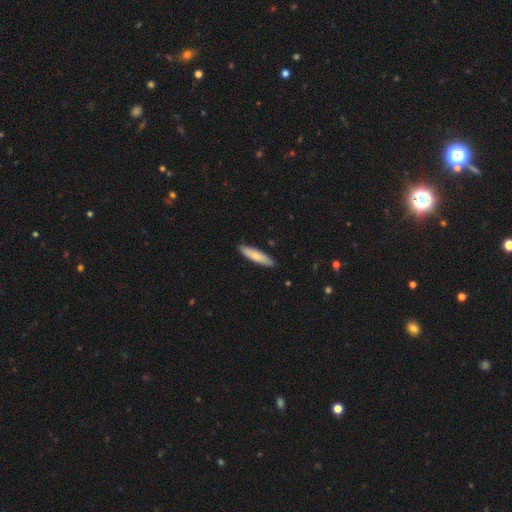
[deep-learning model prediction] This is likely a smooth galaxy (78%). How rounded: likely cigar-shaped (79%). Merging: clearly none (90%).